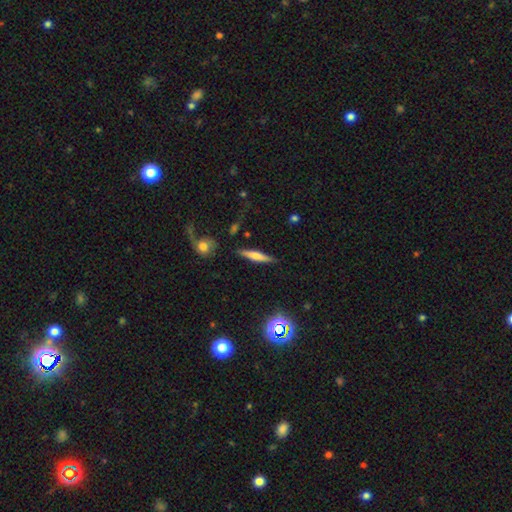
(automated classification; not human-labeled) smooth-or-featured: smooth: 54% | featured or disk: 38% | star or artifact: 8%
  how-rounded: cigar-shaped: 85% | in between: 12% | round: 3%
  merging: none: 83% | minor disturbance: 11% | major disturbance: 3% | merger: 3%